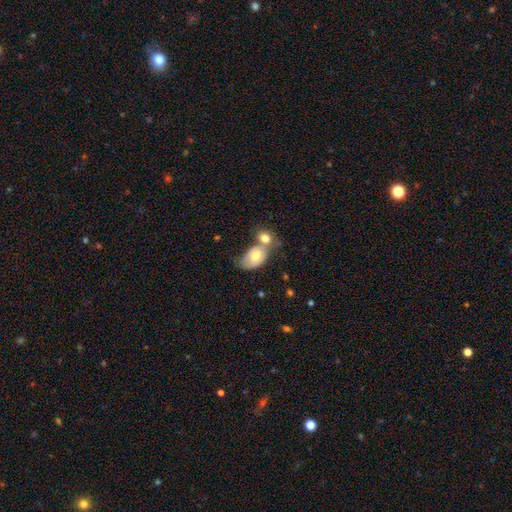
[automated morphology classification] Smooth or featured: smooth — 70% (featured or disk — 23%)
How rounded: in between — 85% (round — 13%)
Merging: merger — 58% (none — 22%)